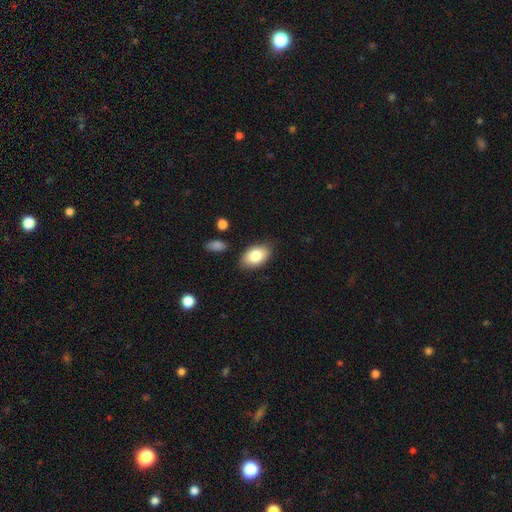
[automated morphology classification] type=smooth (82%); roundness=in between (91%); merging=none (84%).